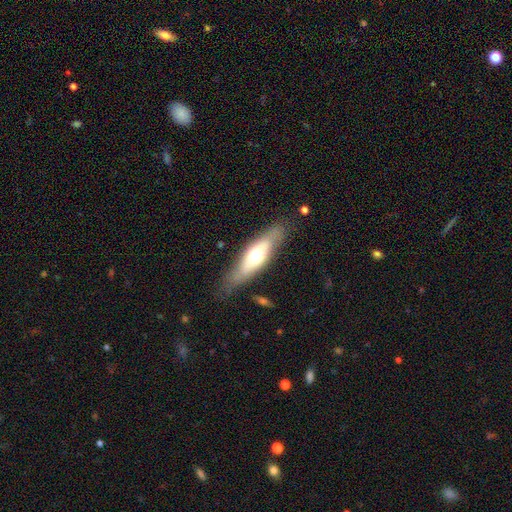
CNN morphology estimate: type=smooth (47%, tied with featured or disk); merging=none (77%).